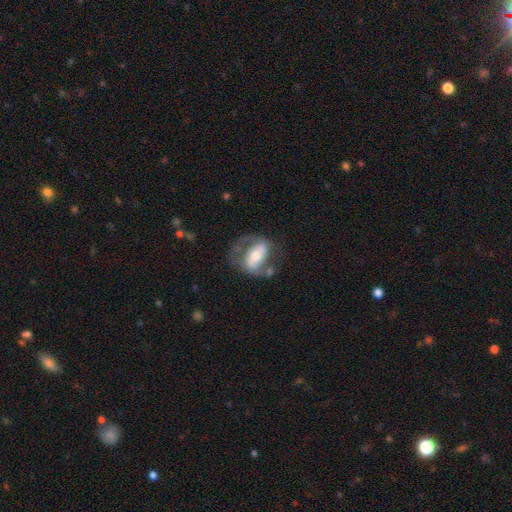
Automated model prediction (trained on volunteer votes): Smooth or featured: featured or disk — 68% (smooth — 26%)
Edge-on disk: no — 93% (yes — 7%)
Bar: strong — 42% (weak — 30%)
Spiral arms: yes — 69% (no — 31%)
Bulge size: moderate — 65% (small — 22%)
Merging: none — 49% (major disturbance — 22%)